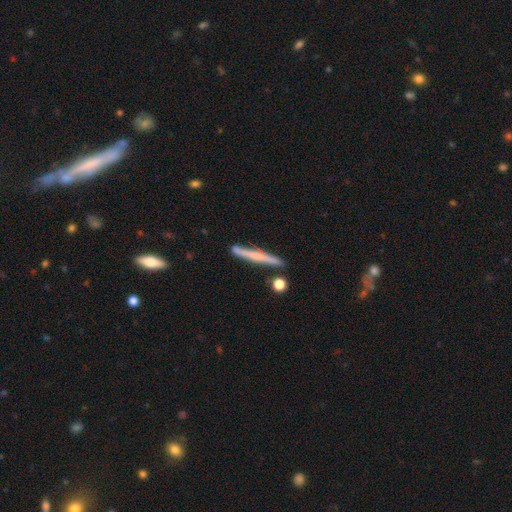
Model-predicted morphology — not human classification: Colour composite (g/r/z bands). It shows a smooth galaxy with no disk features (47%, tied with featured or disk). Merging: none (86%).